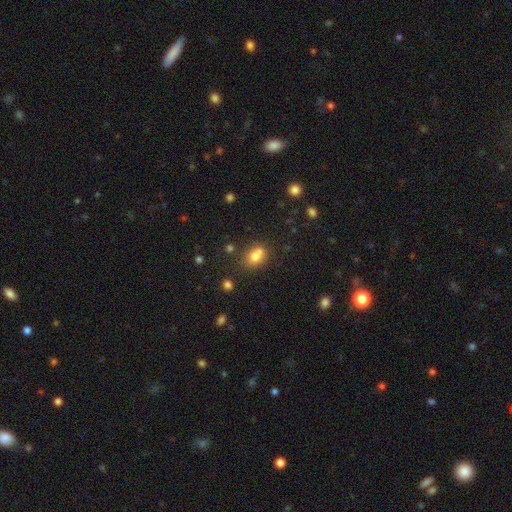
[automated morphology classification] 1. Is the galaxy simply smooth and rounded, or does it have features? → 74% smooth, 13% featured or disk, 13% star or artifact.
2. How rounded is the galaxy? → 61% in between, 38% round, 2% cigar-shaped.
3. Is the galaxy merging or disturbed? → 47% none, 31% merger, 16% minor disturbance, 5% major disturbance.